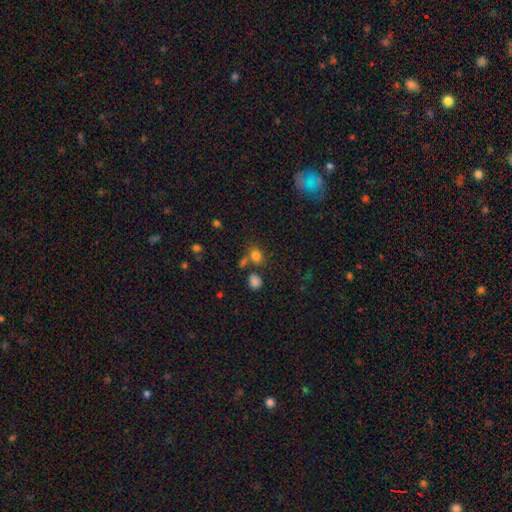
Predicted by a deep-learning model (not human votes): This appears to be a smooth galaxy with no disk features (78%) that is in between round and cigar-shaped (51%). Merging: none (59%).